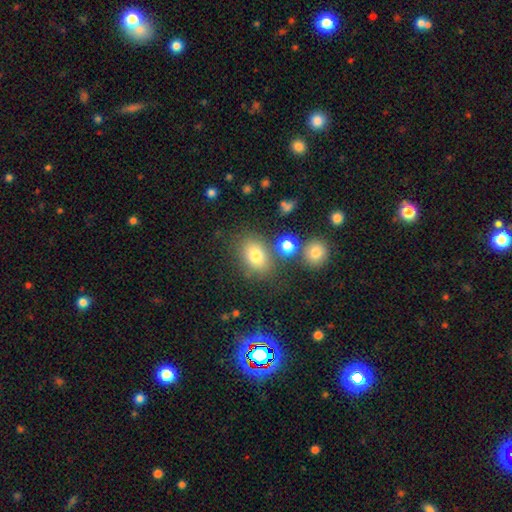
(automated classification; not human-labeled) Smooth or featured? smooth (77%)
How rounded? in between (69%)
Merging? none (71%)